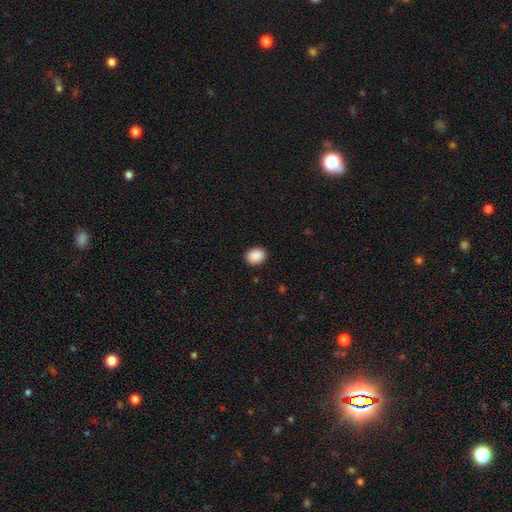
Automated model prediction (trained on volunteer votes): Overall: smooth (90%). How rounded: in between (62%; round 38%). Merging: none (90%).